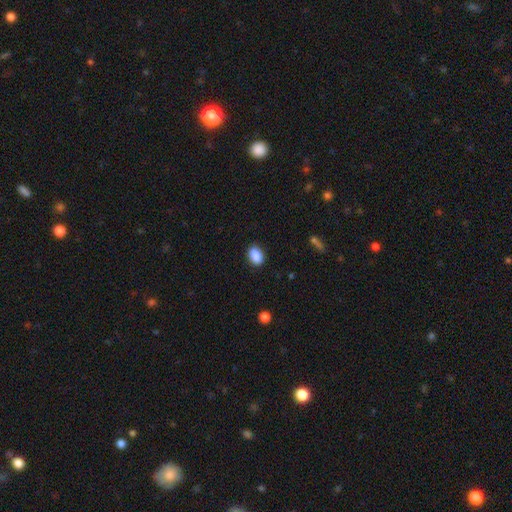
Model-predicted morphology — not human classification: smooth 89%, star or artifact 8%, featured or disk 3%. Down the decision tree: how rounded — in between (81%); merging — none (88%).